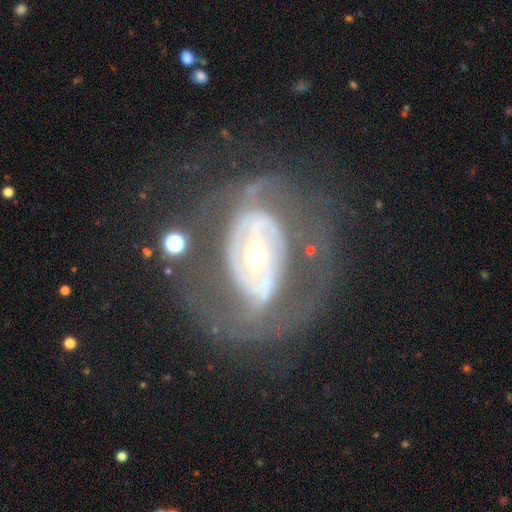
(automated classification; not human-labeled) A featured or disk galaxy (84%) with no bar (35%), 2 (54%) tight (44%) spiral arms (74%) and a moderate central bulge (47%).

Vote fractions:
- Smooth or featured? featured or disk: 84% / smooth: 10% / star or artifact: 6%
- Edge-on disk? no: 95% / yes: 5%
- Bar? no: 35% / weak: 32% / strong: 32%
- Spiral arms? yes: 74% / no: 26%
- Spiral winding? tight: 44% / medium: 39% / loose: 17%
- Spiral arm count? 2: 54% / can't tell: 27% / 3: 8% / 1: 6% / 4: 3% / more than 4: 3%
- Bulge size? moderate: 47% / small: 46% / large: 5% / dominant: 1% / none: 1%
- Merging? none: 50% / major disturbance: 29% / minor disturbance: 17% / merger: 4%